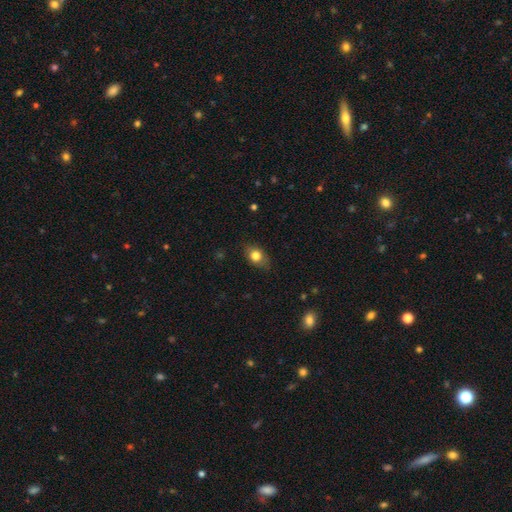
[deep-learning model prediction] A smooth galaxy with no disk features (78%) that is in between round and cigar-shaped (69%). Merging: none (77%).